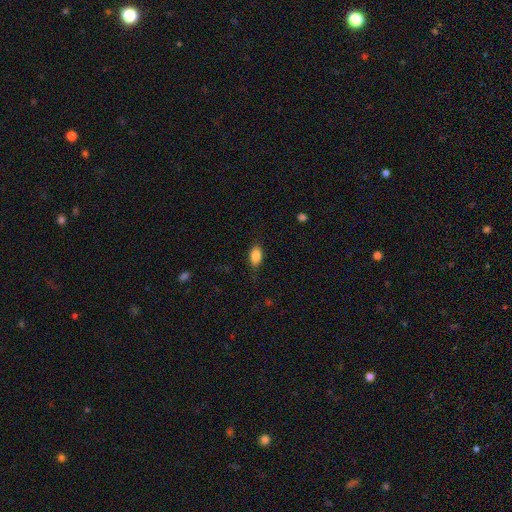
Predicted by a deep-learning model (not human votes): Smooth or featured? Predicted: smooth (p=0.86). How rounded? Predicted: in between (p=0.87). Merging? Predicted: none (p=0.79).